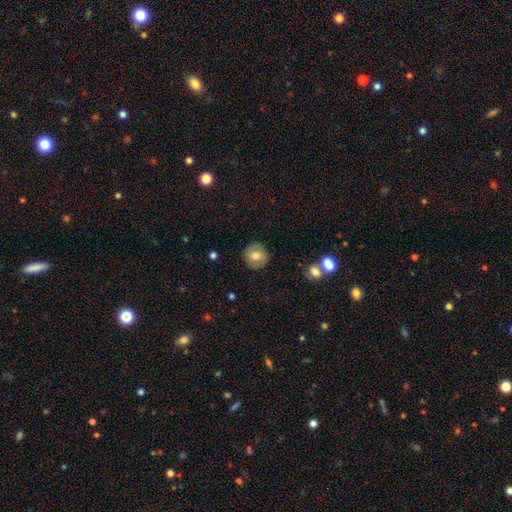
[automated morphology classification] type=smooth (68%); roundness=round (90%); merging=none (87%).